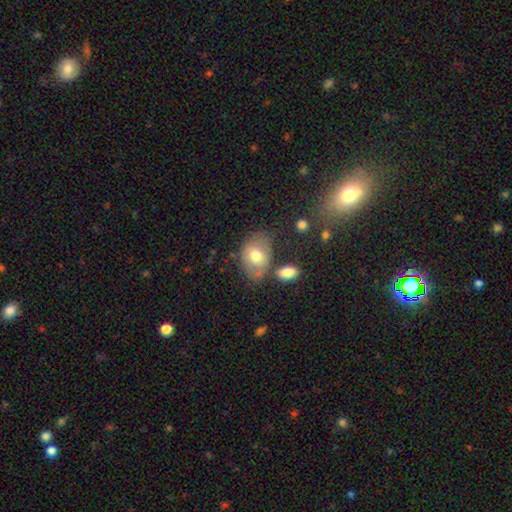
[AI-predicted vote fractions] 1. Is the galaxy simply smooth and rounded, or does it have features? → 70% smooth, 22% featured or disk, 8% star or artifact.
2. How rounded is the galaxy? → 78% in between, 21% round, 1% cigar-shaped.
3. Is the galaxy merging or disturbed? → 59% none, 20% minor disturbance, 13% merger, 7% major disturbance.